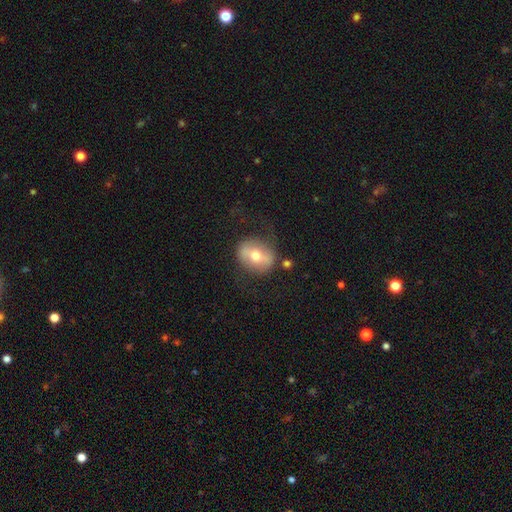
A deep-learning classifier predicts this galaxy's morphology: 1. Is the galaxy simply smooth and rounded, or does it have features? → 47% smooth, 46% featured or disk, 7% star or artifact.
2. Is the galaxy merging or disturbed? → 70% none, 17% minor disturbance, 10% major disturbance, 3% merger.